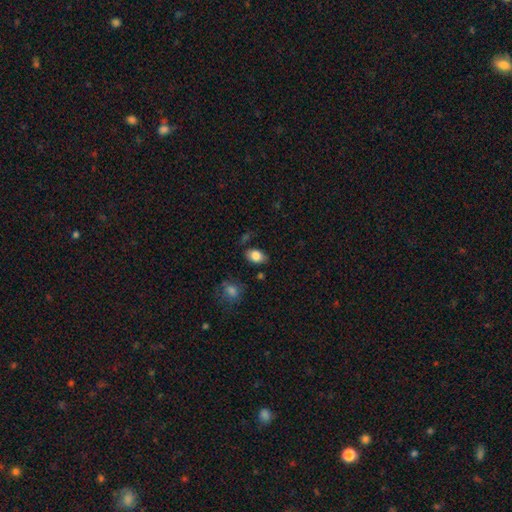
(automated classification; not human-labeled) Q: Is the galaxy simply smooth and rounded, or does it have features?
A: smooth — 83%.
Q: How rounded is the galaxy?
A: in between — 84%.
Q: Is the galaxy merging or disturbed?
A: none — 78%.